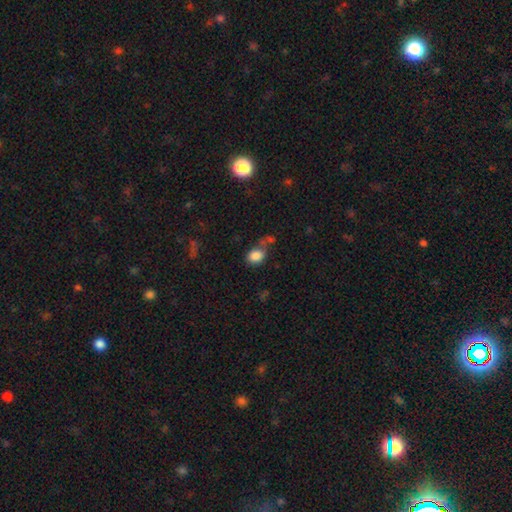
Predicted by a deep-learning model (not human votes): This appears to be a smooth galaxy with no disk features (84%) that is in between round and cigar-shaped (58%). Merging: none (46%).